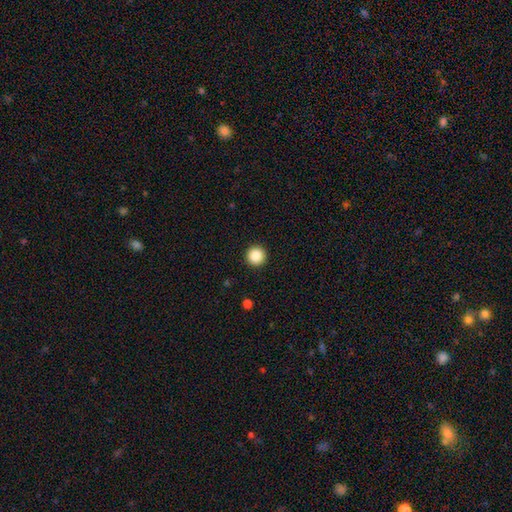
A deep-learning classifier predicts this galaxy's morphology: The model was most divided on "smooth or featured": smooth: 87%, star or artifact: 9%, featured or disk: 3%. More confident: how rounded — round (97%); merging — none (93%).